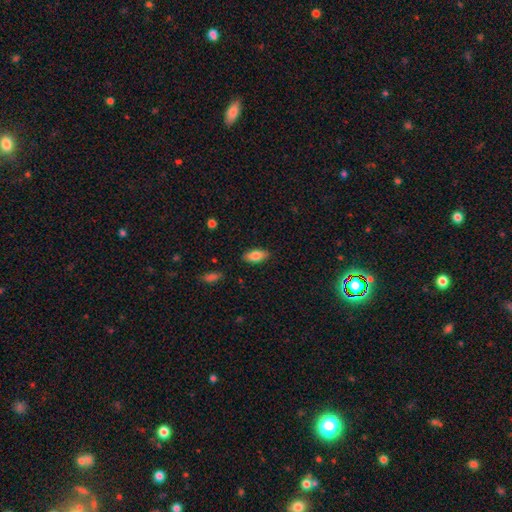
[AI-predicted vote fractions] Smooth or featured? Predicted: smooth (p=0.81). How rounded? Predicted: in between (p=0.88). Merging? Predicted: none (p=0.87).